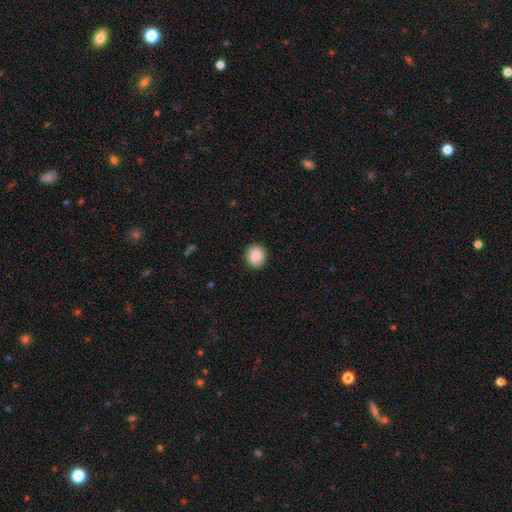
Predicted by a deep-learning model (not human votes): The model was most divided on "how rounded": round: 86%, in between: 13%, cigar-shaped: 1%. More confident: merging — none (89%); smooth or featured — smooth (87%).